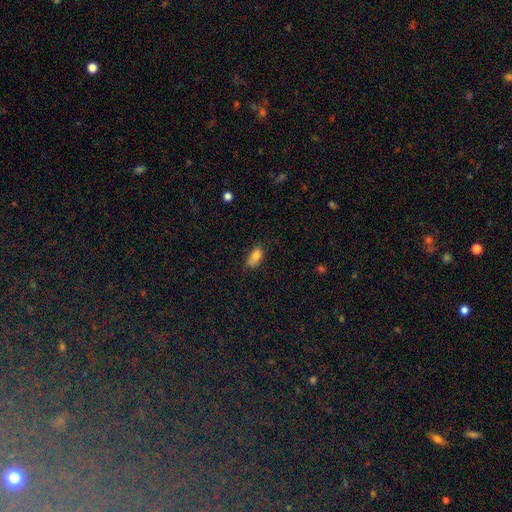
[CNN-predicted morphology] A smooth galaxy with no disk features (80%) that is in between round and cigar-shaped (88%). Merging: none (63%).